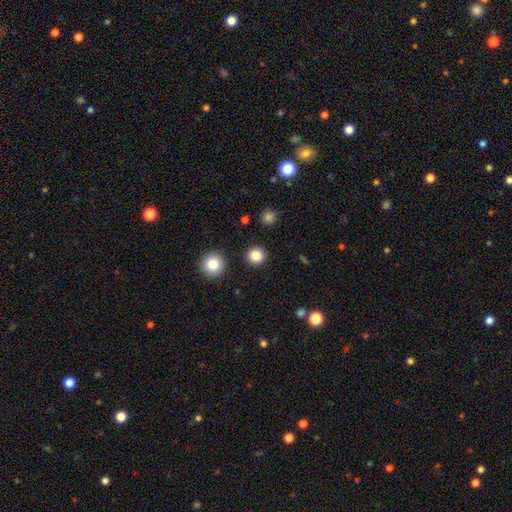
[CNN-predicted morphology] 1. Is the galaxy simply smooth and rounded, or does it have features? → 84% smooth, 12% star or artifact, 5% featured or disk.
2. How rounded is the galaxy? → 94% round, 5% in between, 1% cigar-shaped.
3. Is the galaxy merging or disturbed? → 90% none, 5% minor disturbance, 2% major disturbance, 2% merger.